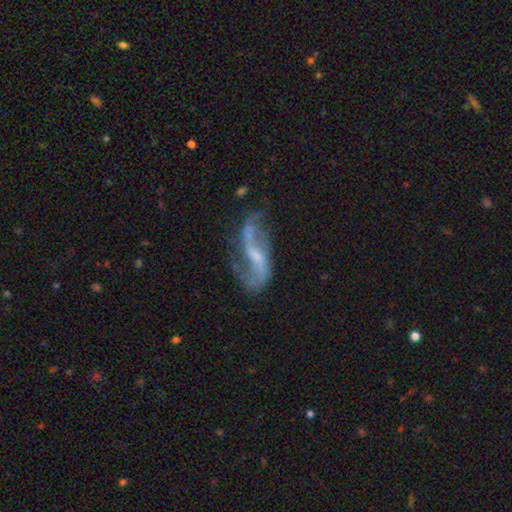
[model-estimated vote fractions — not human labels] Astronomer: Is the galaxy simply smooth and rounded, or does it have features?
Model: featured or disk — 82%.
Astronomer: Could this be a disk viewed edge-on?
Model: no — 94%.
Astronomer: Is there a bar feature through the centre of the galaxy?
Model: weak — 44% (runner-up: strong, 31%).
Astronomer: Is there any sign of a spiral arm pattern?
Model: yes — 91%.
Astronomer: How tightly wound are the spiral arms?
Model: loose — 73%.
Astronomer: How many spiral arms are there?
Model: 2 — 86%.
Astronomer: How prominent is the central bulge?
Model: small — 50%.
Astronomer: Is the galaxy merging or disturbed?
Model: none — 53%.